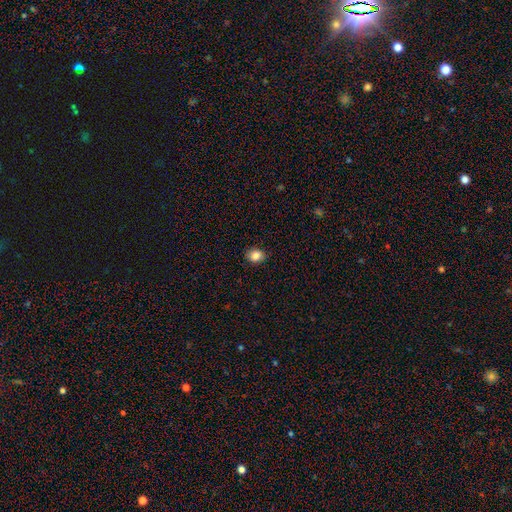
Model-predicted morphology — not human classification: This is clearly a smooth galaxy (86%). How rounded: possibly round (56%). Merging: clearly none (88%).